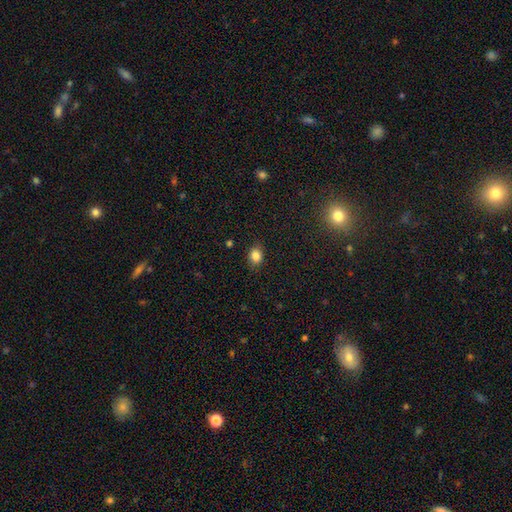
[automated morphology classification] Smooth or featured? Predicted: smooth (p=0.84). How rounded? Predicted: in between (p=0.53). Merging? Predicted: none (p=0.85).